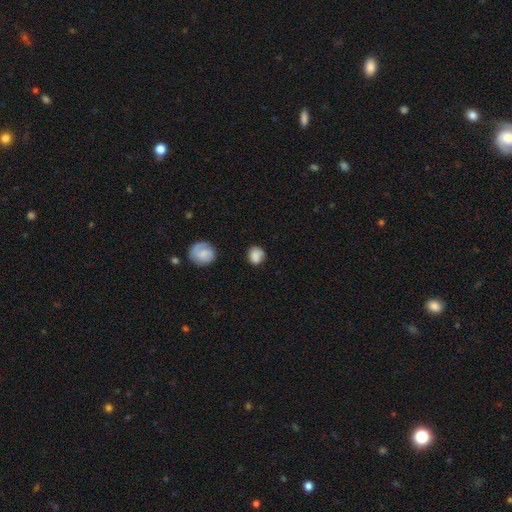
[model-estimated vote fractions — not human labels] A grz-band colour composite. It shows a smooth galaxy with no disk features (81%) that is round (71%). Merging: none (68%).